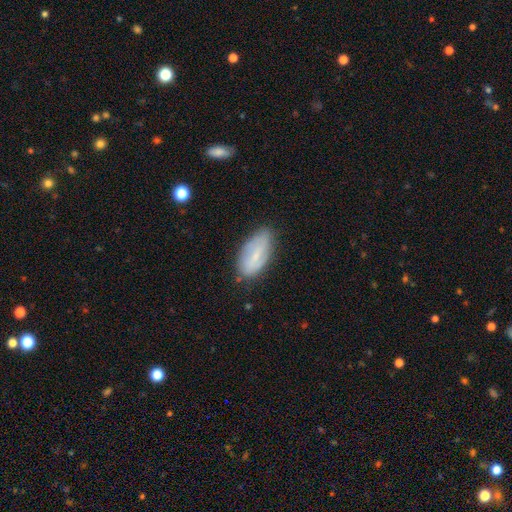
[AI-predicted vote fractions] Smooth or featured? Predicted: smooth (p=0.58). How rounded? Predicted: in between (p=0.90). Merging? Predicted: none (p=0.72).